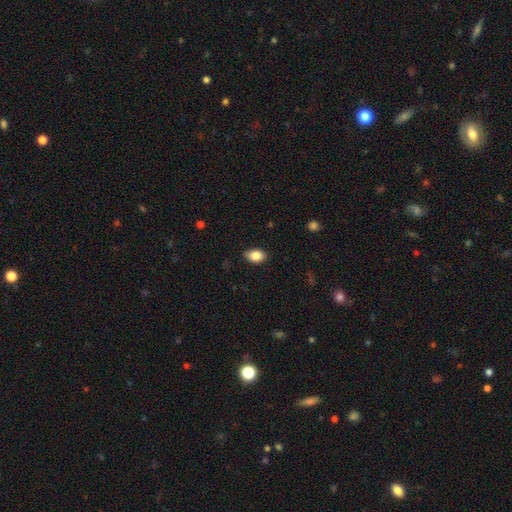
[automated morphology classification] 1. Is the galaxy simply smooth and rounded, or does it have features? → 85% smooth, 8% star or artifact, 7% featured or disk.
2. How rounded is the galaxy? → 82% in between, 16% round, 1% cigar-shaped.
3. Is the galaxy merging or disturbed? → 82% none, 15% minor disturbance, 2% major disturbance, 1% merger.